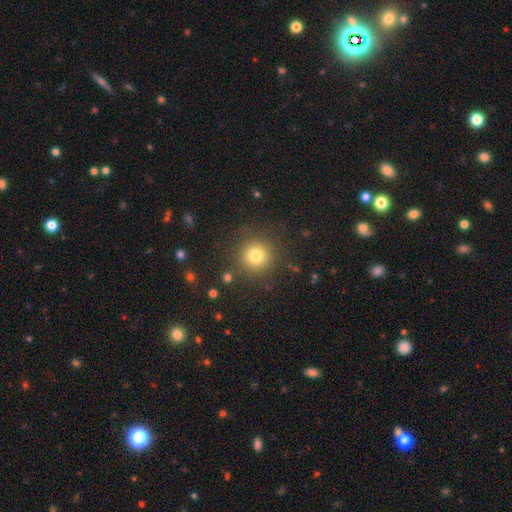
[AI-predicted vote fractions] smooth-or-featured: smooth: 78% | star or artifact: 14% | featured or disk: 8%
  how-rounded: round: 94% | in between: 5% | cigar-shaped: 1%
  merging: none: 87% | minor disturbance: 8% | major disturbance: 4% | merger: 2%